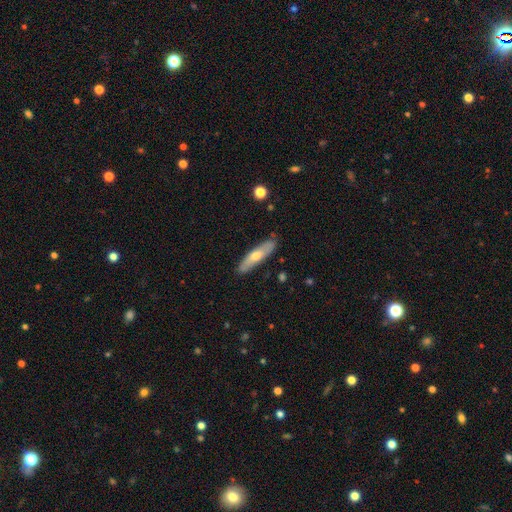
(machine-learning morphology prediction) smooth 56%, featured or disk 38%, star or artifact 6%. Down the decision tree: how rounded — cigar-shaped (73%); merging — none (86%).